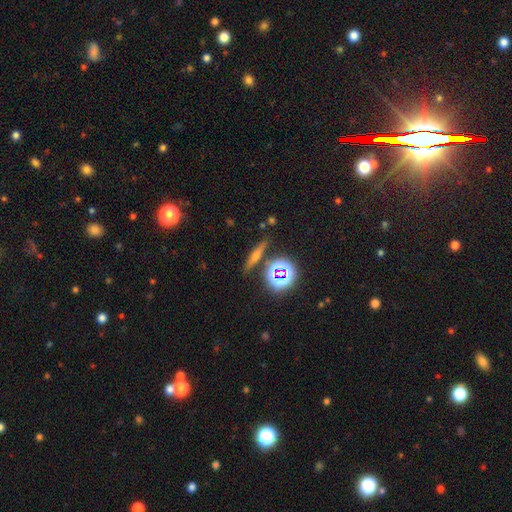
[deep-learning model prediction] A smooth galaxy with no disk features (39%). Merging: none (84%).